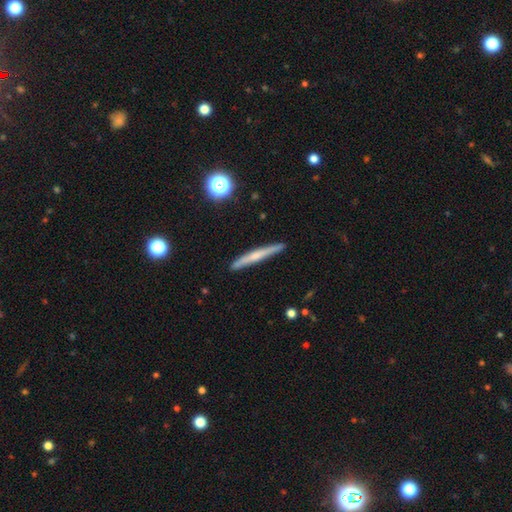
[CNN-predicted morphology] This appears to be a featured or disk galaxy (50%) viewed edge-on (96%). Merging: none (90%).